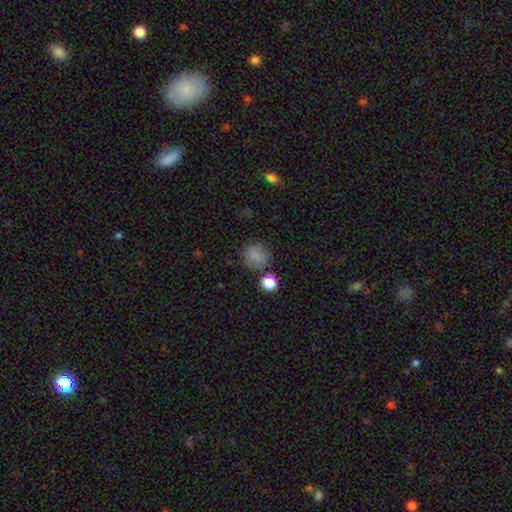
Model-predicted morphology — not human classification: Smooth or featured?
  - smooth: 80% *
  - star or artifact: 13%
  - featured or disk: 7%
How rounded?
  - round: 84% *
  - in between: 15%
  - cigar-shaped: 1%
Merging?
  - none: 76% *
  - minor disturbance: 13%
  - merger: 6%
  - major disturbance: 5%